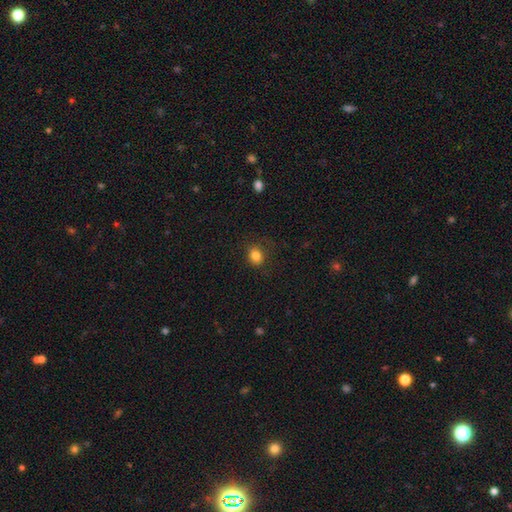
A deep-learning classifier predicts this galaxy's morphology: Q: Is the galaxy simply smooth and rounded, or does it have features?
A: smooth — 83%.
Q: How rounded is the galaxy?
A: round — 56%.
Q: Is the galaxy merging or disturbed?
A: none — 81%.